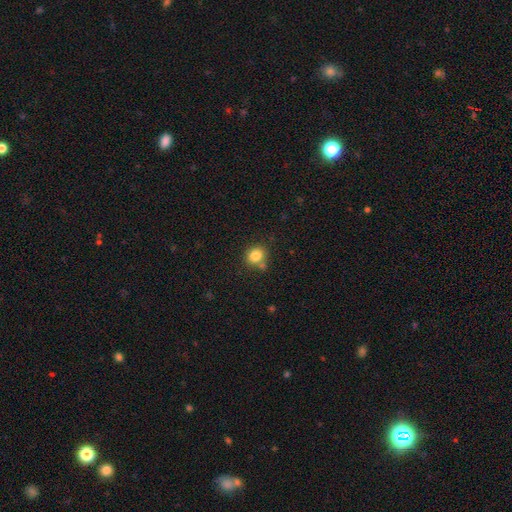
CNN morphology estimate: A smooth galaxy with no disk features (83%) that is round (77%). Merging: none (70%).